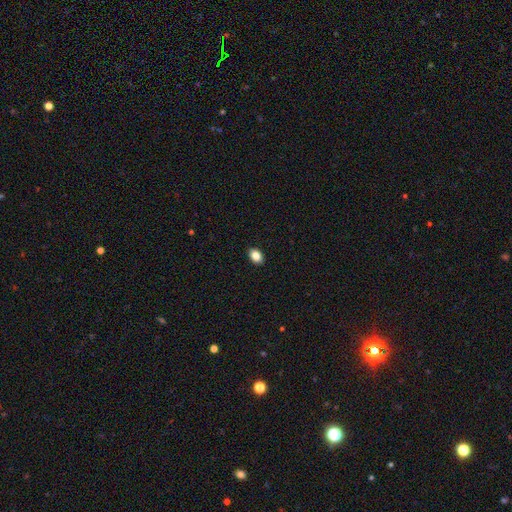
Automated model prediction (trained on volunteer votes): Smooth or featured? Predicted: smooth (p=0.85). How rounded? Predicted: in between (p=0.83). Merging? Predicted: none (p=0.90).